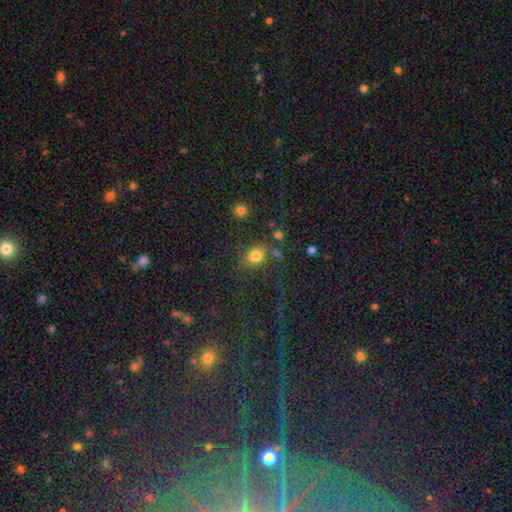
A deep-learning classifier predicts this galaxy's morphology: Smooth or featured: smooth — 77% (star or artifact — 15%)
How rounded: in between — 54% (round — 44%)
Merging: none — 69% (minor disturbance — 14%)